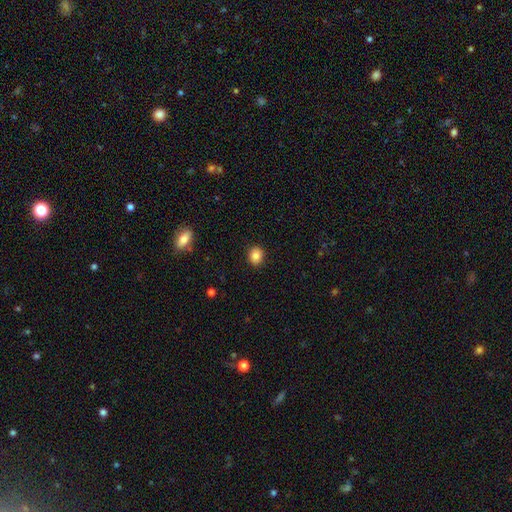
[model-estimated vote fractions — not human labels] smooth_or_featured: smooth (p=0.85) [alt: star or artifact p=0.10]
how_rounded: round (p=0.66) [alt: in between p=0.33]
merging: none (p=0.90) [alt: minor disturbance p=0.07]